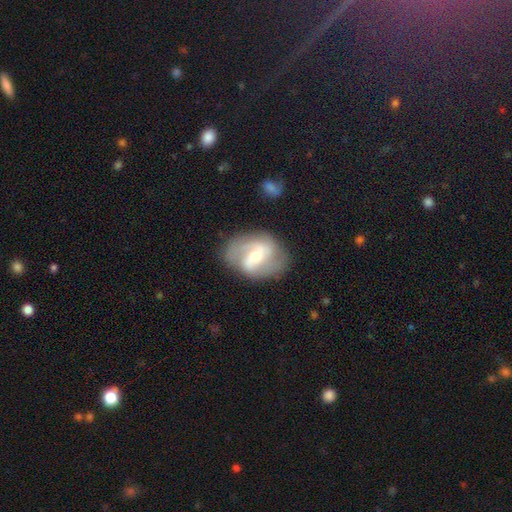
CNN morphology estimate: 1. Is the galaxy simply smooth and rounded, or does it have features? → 76% featured or disk, 18% smooth, 6% star or artifact.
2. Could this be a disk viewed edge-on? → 97% no, 3% yes.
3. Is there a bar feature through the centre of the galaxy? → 48% weak, 31% strong, 21% no.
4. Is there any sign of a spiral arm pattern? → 89% yes, 11% no.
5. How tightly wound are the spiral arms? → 47% medium, 32% loose, 21% tight.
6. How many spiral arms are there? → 69% 2, 12% can't tell, 11% 3, 4% 1, 2% 4, 2% more than 4.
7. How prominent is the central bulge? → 50% moderate, 42% small, 5% large, 2% none, 1% dominant.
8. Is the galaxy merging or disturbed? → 71% none, 18% minor disturbance, 9% major disturbance, 3% merger.